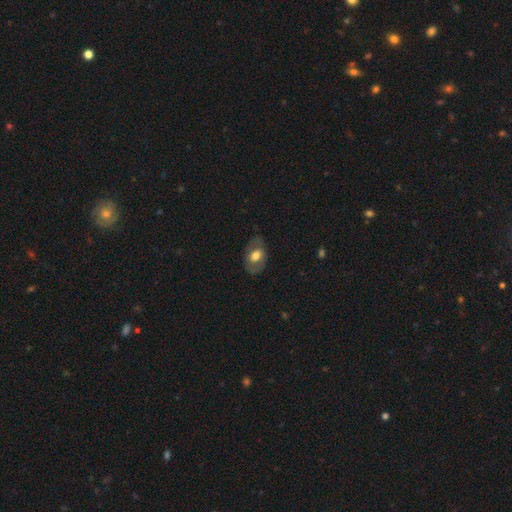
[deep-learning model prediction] smooth-or-featured: smooth: 53% | featured or disk: 40% | star or artifact: 7%
  how-rounded: in between: 80% | round: 19% | cigar-shaped: 1%
  merging: none: 75% | minor disturbance: 17% | major disturbance: 7% | merger: 1%